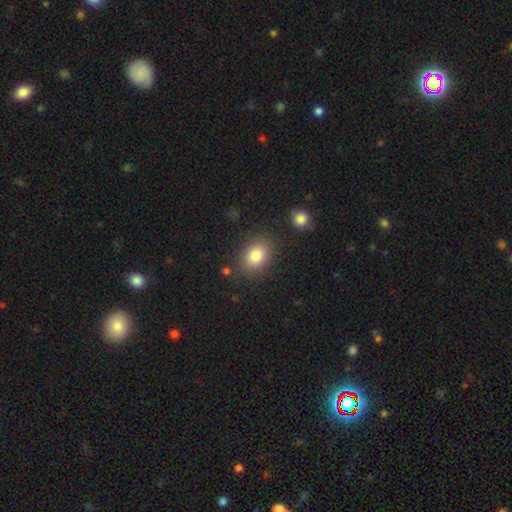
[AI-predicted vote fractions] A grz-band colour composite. It shows a smooth galaxy with no disk features (83%) that is in between round and cigar-shaped (68%). Merging: none (82%).